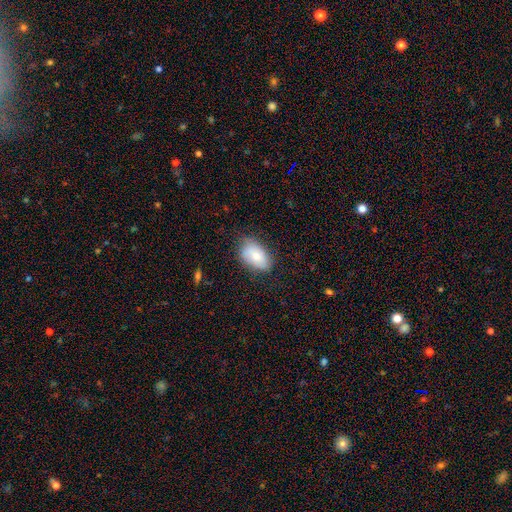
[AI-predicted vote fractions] smooth_or_featured: smooth (p=0.75) [alt: featured or disk p=0.18]
how_rounded: in between (p=0.90) [alt: round p=0.08]
merging: none (p=0.71) [alt: minor disturbance p=0.23]